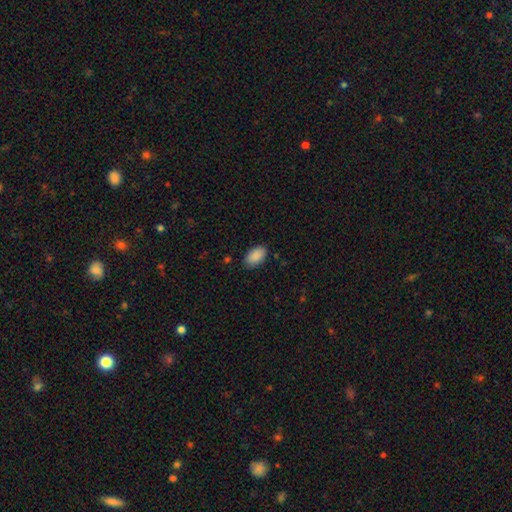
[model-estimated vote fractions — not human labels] Smooth or featured? smooth (90%)
How rounded? in between (94%)
Merging? none (83%)